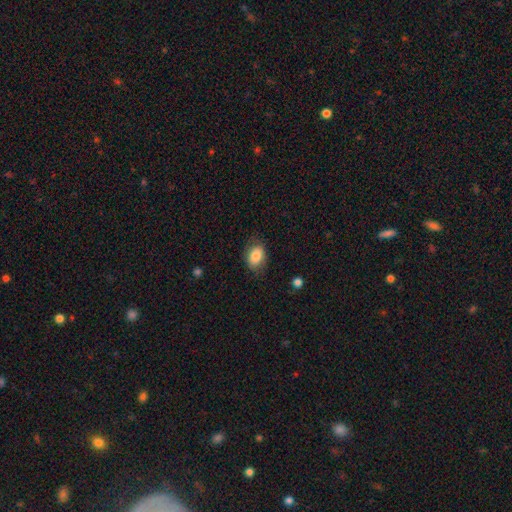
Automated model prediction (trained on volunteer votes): Q: Smooth or featured?
A: smooth (84%); runner-up: featured or disk (9%)
Q: How rounded?
A: in between (82%); runner-up: round (17%)
Q: Merging?
A: none (75%); runner-up: minor disturbance (18%)